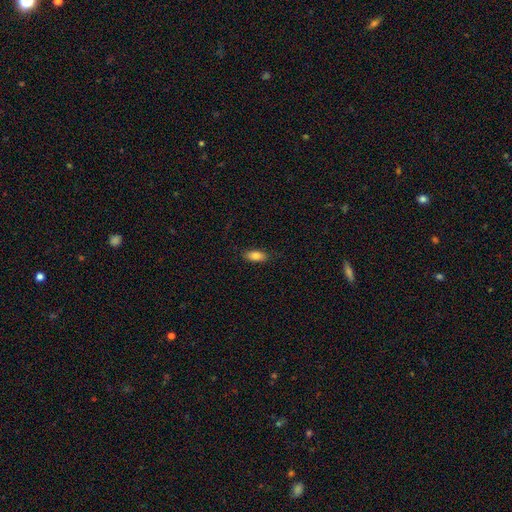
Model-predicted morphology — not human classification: Smooth or featured: smooth — 81% (featured or disk — 12%)
How rounded: in between — 85% (cigar-shaped — 13%)
Merging: none — 86% (minor disturbance — 11%)